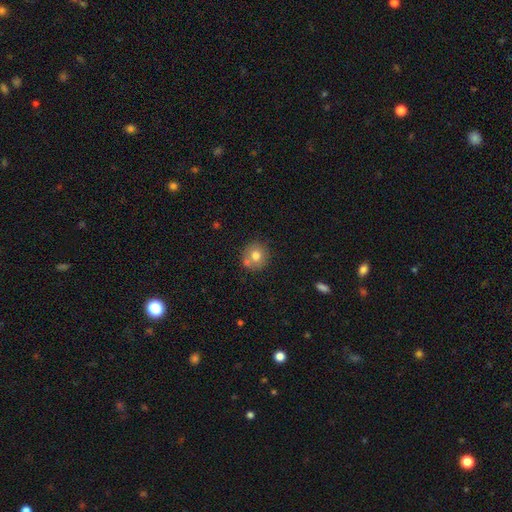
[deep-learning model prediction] smooth 74%, featured or disk 16%, star or artifact 10%. Down the decision tree: how rounded — round (89%); merging — none (65%).